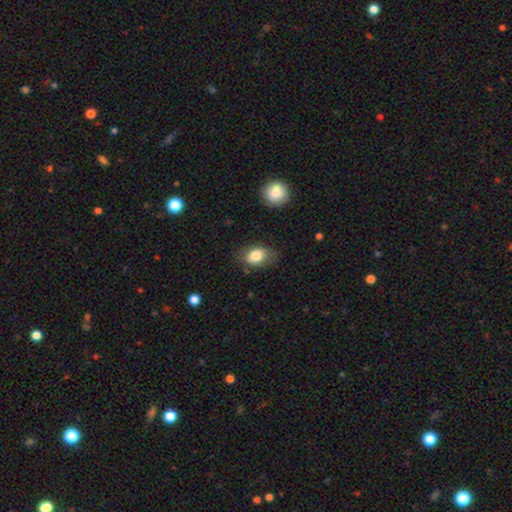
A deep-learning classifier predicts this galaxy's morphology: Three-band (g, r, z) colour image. It shows a smooth galaxy with no disk features (82%) that is in between round and cigar-shaped (75%). Merging: none (71%).